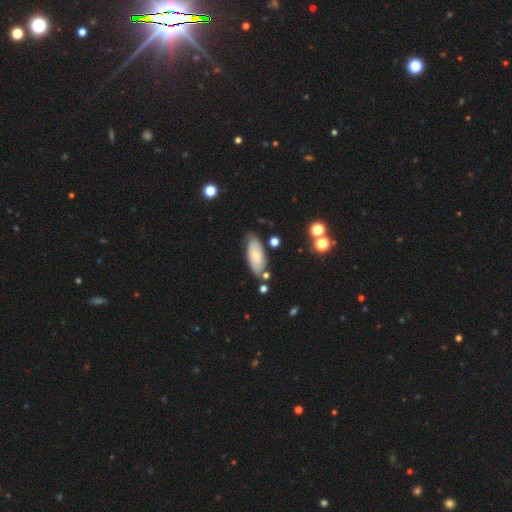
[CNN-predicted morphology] This appears to be a smooth galaxy with no disk features (60%) that is in between round and cigar-shaped (83%). Merging: none (69%).